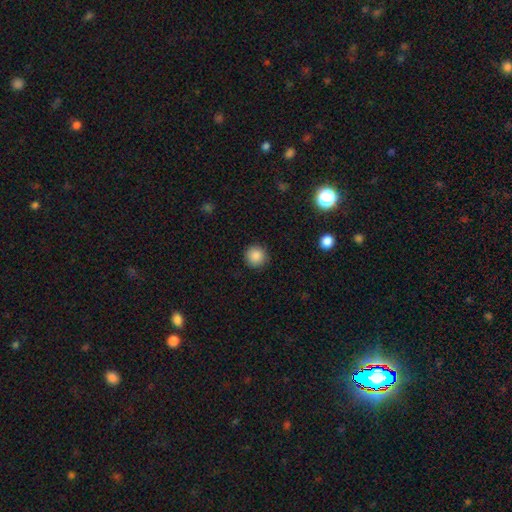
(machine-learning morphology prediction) Q: Smooth or featured?
A: smooth (87%); runner-up: star or artifact (9%)
Q: How rounded?
A: round (95%); runner-up: in between (4%)
Q: Merging?
A: none (91%); runner-up: minor disturbance (6%)